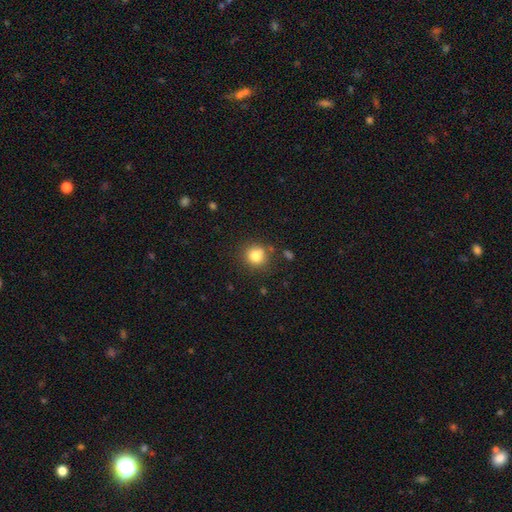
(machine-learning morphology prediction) Smooth or featured? Predicted: smooth (p=0.81). How rounded? Predicted: round (p=0.88). Merging? Predicted: none (p=0.77).